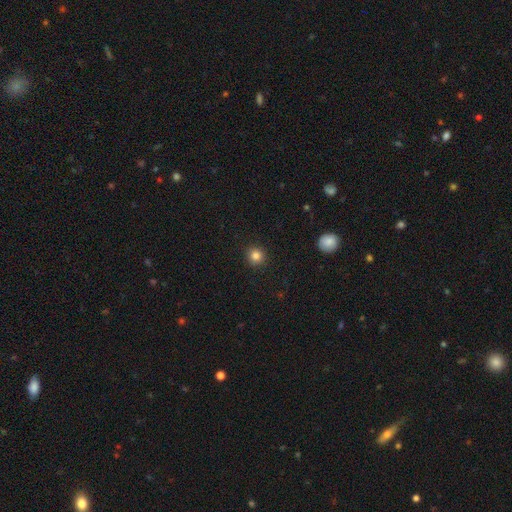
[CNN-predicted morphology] Q: Smooth or featured?
A: smooth (84%); runner-up: star or artifact (12%)
Q: How rounded?
A: round (94%); runner-up: in between (5%)
Q: Merging?
A: none (92%); runner-up: minor disturbance (5%)